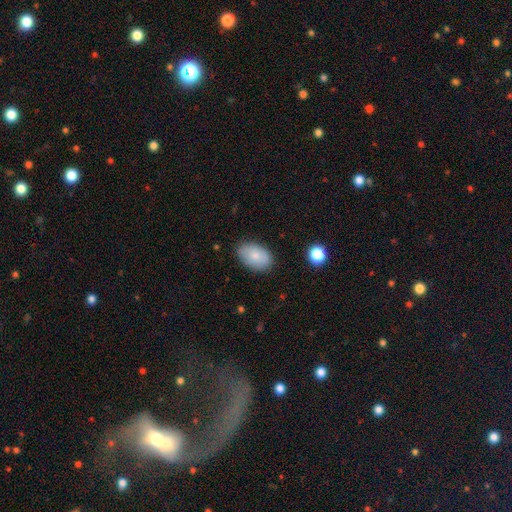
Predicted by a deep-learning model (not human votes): Smooth or featured?
  - smooth: 80% *
  - featured or disk: 13%
  - star or artifact: 7%
How rounded?
  - in between: 90% *
  - round: 9%
  - cigar-shaped: 1%
Merging?
  - none: 83% *
  - minor disturbance: 13%
  - major disturbance: 3%
  - merger: 1%